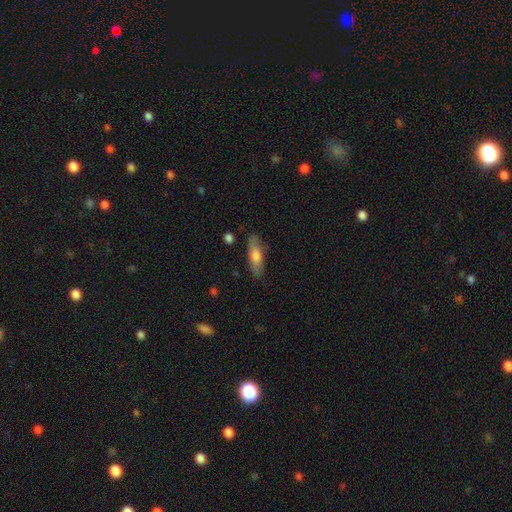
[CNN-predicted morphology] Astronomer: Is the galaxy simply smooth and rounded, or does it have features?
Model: smooth — 70%.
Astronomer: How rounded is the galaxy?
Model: in between — 54% (runner-up: cigar-shaped, 44%).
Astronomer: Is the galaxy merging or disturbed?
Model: none — 82%.